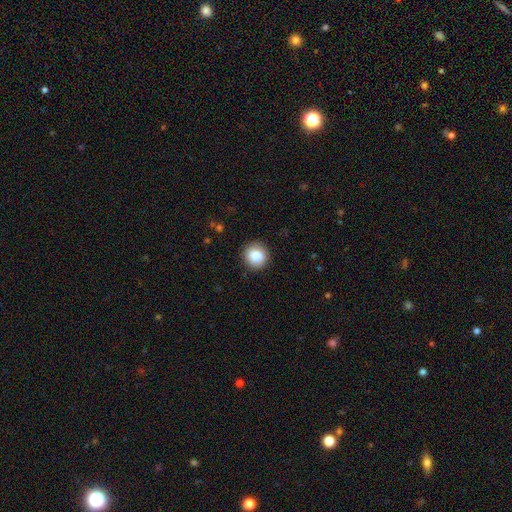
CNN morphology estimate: Smooth or featured?
  - smooth: 86% *
  - star or artifact: 8%
  - featured or disk: 6%
How rounded?
  - round: 91% *
  - in between: 8%
  - cigar-shaped: 1%
Merging?
  - none: 87% *
  - minor disturbance: 9%
  - major disturbance: 2%
  - merger: 1%